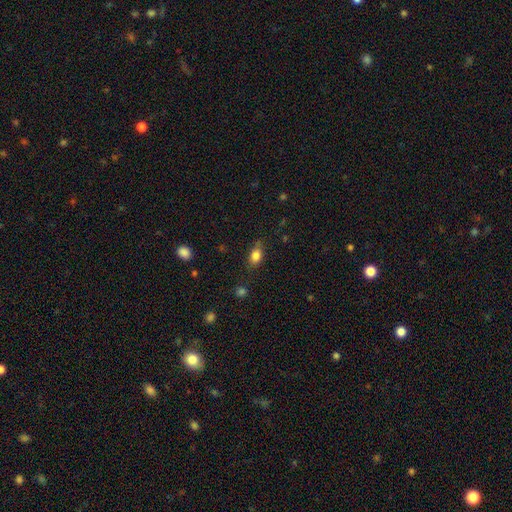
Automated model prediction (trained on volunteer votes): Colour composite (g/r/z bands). It shows a smooth galaxy with no disk features (83%) that is in between round and cigar-shaped (77%). Merging: none (74%).